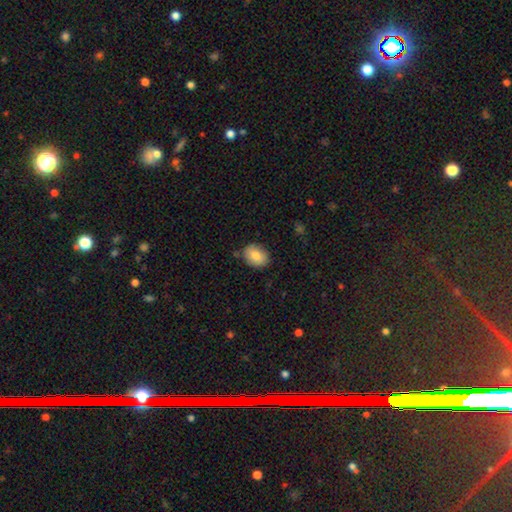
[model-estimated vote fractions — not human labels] Smooth or featured? Predicted: smooth (p=0.83). How rounded? Predicted: in between (p=0.61). Merging? Predicted: none (p=0.81).